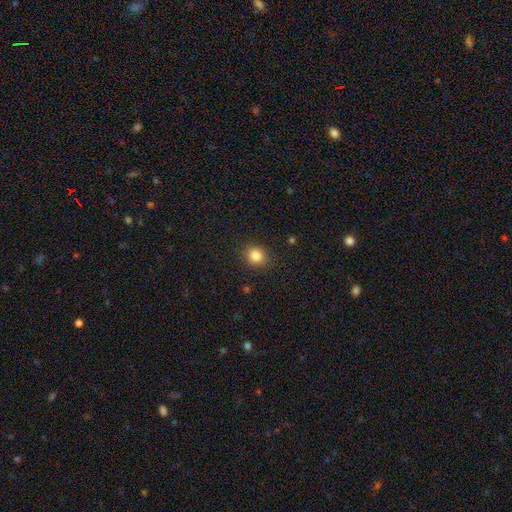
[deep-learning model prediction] Overall: smooth (84%). How rounded: round (78%). Merging: none (89%).